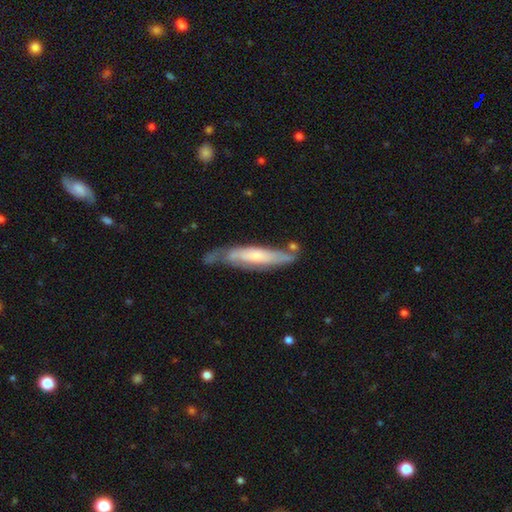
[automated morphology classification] smooth-or-featured: featured or disk: 58% | smooth: 36% | star or artifact: 6%
  disk-edge-on: no: 53% | yes: 47%
  merging: none: 52% | minor disturbance: 28% | major disturbance: 12% | merger: 8%